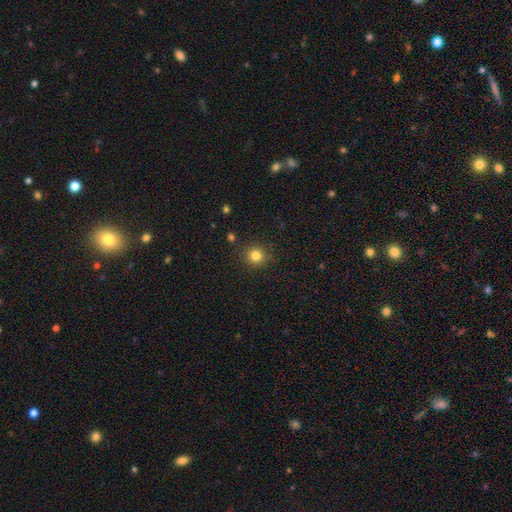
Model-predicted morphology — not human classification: Smooth or featured: smooth — 82% (star or artifact — 13%)
How rounded: round — 91% (in between — 8%)
Merging: none — 88% (minor disturbance — 8%)